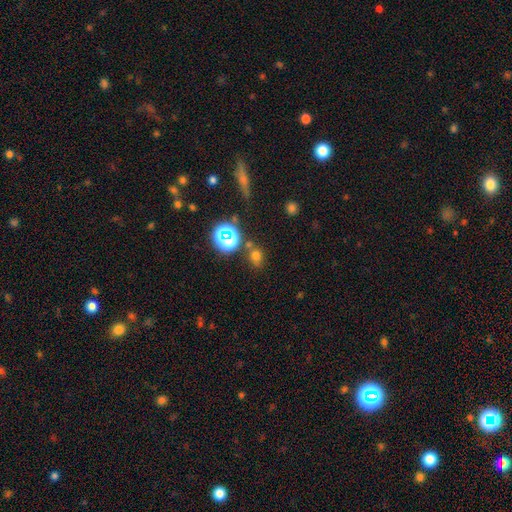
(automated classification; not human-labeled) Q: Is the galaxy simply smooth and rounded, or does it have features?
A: smooth — 63%.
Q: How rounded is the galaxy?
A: round — 64%.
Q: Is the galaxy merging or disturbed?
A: none — 70%.